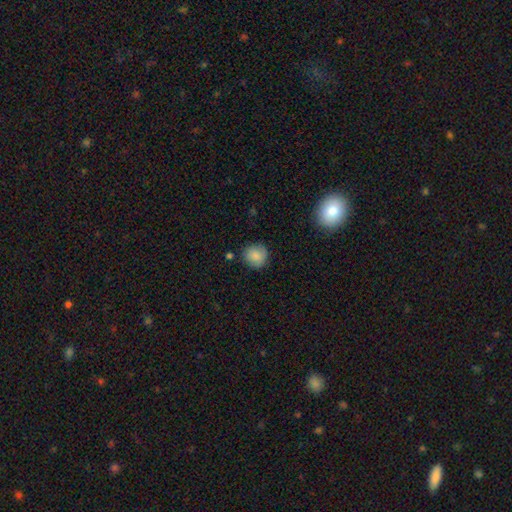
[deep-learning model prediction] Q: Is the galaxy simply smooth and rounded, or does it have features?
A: smooth — 85%.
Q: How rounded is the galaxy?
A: round — 88%.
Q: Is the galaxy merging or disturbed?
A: none — 80%.